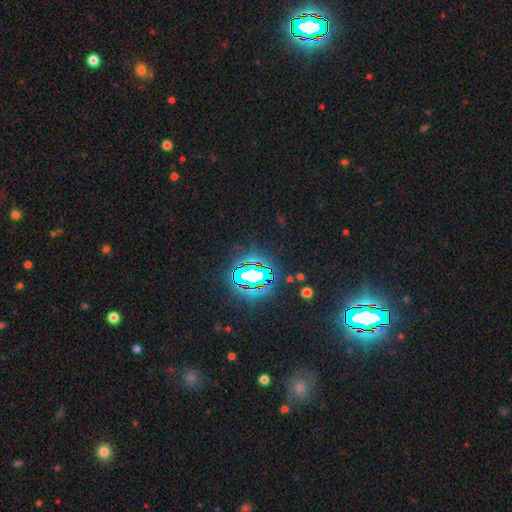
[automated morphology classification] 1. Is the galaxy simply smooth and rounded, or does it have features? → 83% star or artifact, 10% smooth, 7% featured or disk.